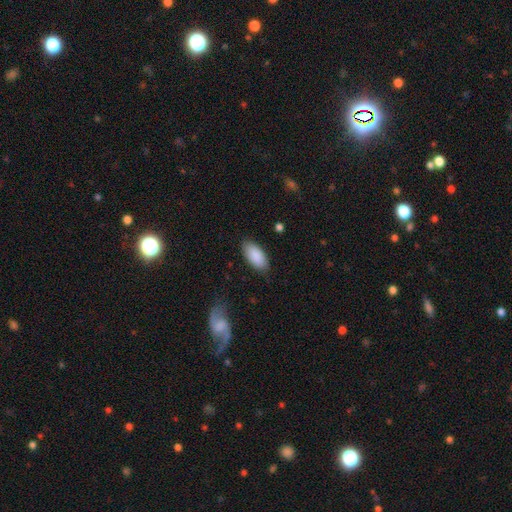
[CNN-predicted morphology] Smooth or featured?
  - smooth: 89% *
  - star or artifact: 6%
  - featured or disk: 5%
How rounded?
  - in between: 92% *
  - cigar-shaped: 6%
  - round: 2%
Merging?
  - none: 84% *
  - minor disturbance: 11%
  - major disturbance: 3%
  - merger: 1%